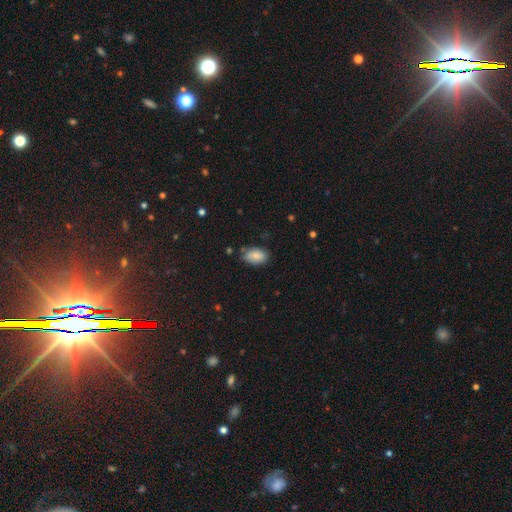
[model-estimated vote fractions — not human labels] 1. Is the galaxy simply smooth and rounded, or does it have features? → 83% smooth, 9% featured or disk, 8% star or artifact.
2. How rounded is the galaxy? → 91% in between, 8% round, 2% cigar-shaped.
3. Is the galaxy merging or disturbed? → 74% none, 20% minor disturbance, 4% major disturbance, 2% merger.